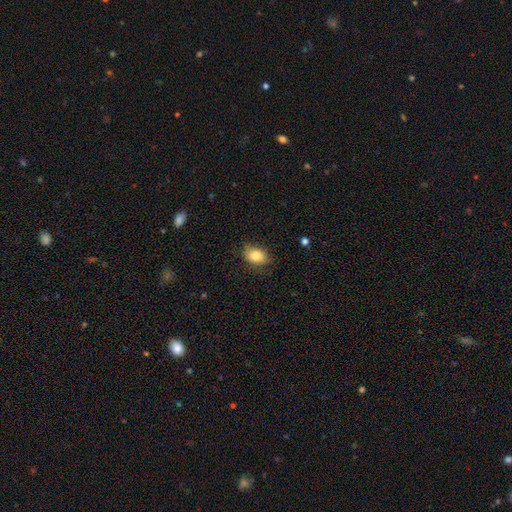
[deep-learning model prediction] The model was most divided on "merging": none: 75%, minor disturbance: 19%, major disturbance: 4%, merger: 1%. More confident: smooth or featured — smooth (84%); how rounded — in between (81%).